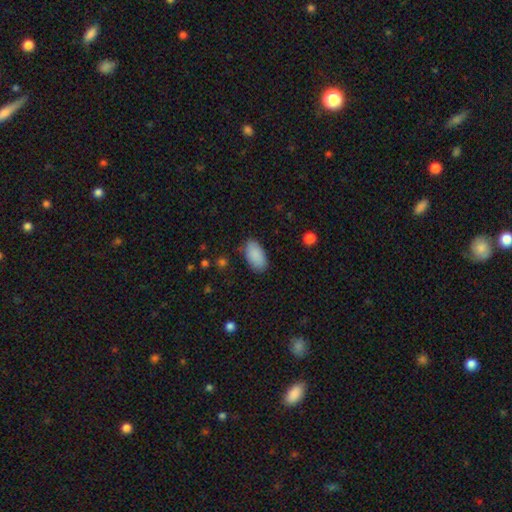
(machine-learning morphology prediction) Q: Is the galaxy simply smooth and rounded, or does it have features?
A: smooth — 89%.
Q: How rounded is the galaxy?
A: in between — 94%.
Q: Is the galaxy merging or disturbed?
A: none — 84%.